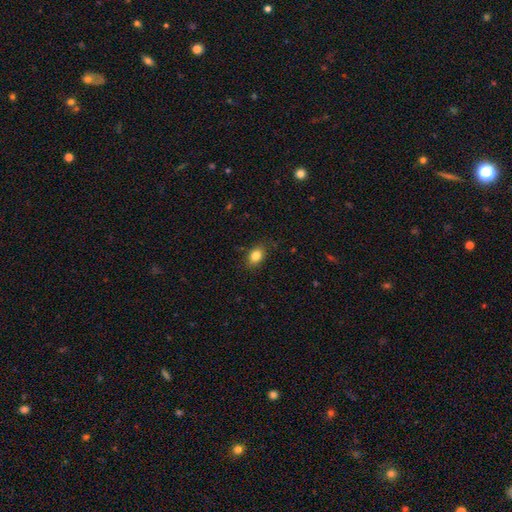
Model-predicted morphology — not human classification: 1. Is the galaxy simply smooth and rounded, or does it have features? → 84% smooth, 9% star or artifact, 7% featured or disk.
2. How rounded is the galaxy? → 76% in between, 23% round, 1% cigar-shaped.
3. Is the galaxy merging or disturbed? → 84% none, 12% minor disturbance, 3% major disturbance, 1% merger.